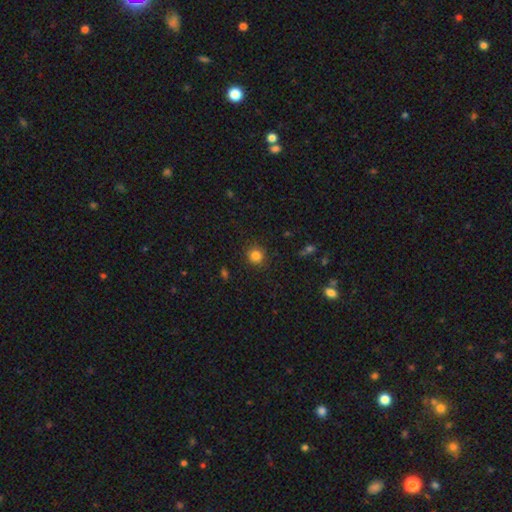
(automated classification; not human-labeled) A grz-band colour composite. It shows a smooth galaxy with no disk features (83%) that is round (92%). Merging: none (89%).